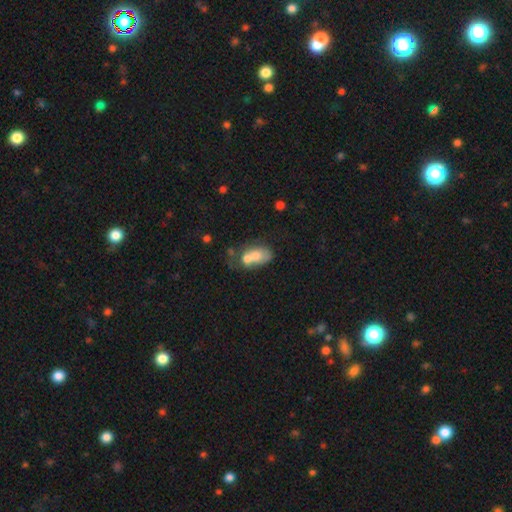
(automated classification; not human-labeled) Smooth or featured?
  - smooth: 59% *
  - featured or disk: 31%
  - star or artifact: 10%
How rounded?
  - in between: 76% *
  - round: 22%
  - cigar-shaped: 2%
Merging?
  - merger: 63% *
  - none: 17%
  - minor disturbance: 11%
  - major disturbance: 10%